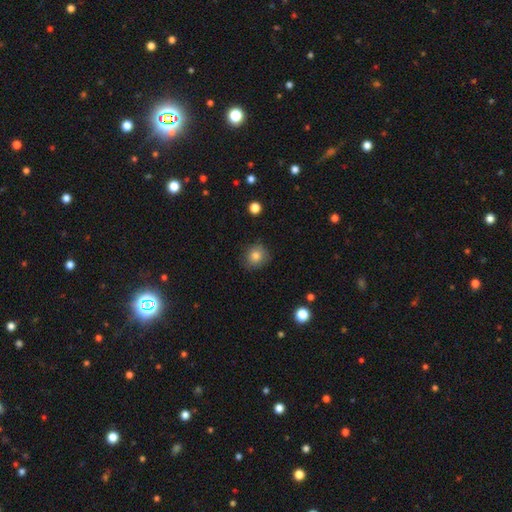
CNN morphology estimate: Smooth or featured? Predicted: smooth (p=0.81). How rounded? Predicted: round (p=0.85). Merging? Predicted: none (p=0.83).